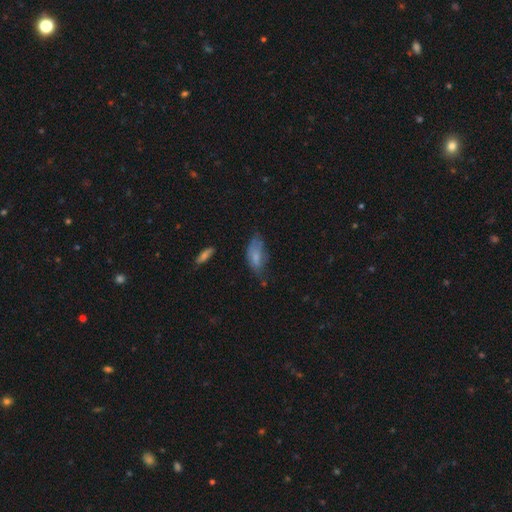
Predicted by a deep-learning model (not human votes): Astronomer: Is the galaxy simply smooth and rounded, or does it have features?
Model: smooth — 70%.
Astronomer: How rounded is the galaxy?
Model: in between — 83%.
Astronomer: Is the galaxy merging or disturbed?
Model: none — 46% (runner-up: minor disturbance, 36%).